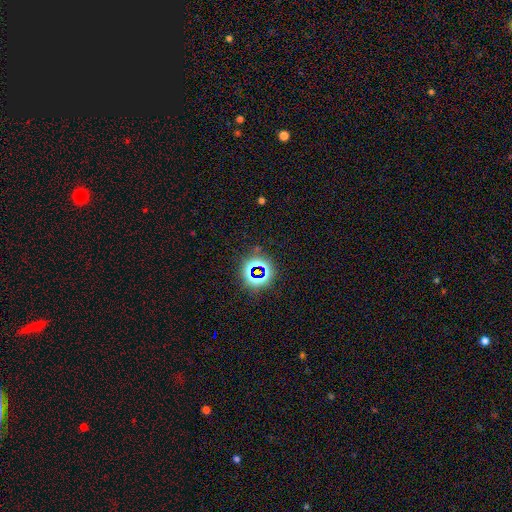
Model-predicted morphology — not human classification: This appears to be a star or artifact, not a galaxy (77%).